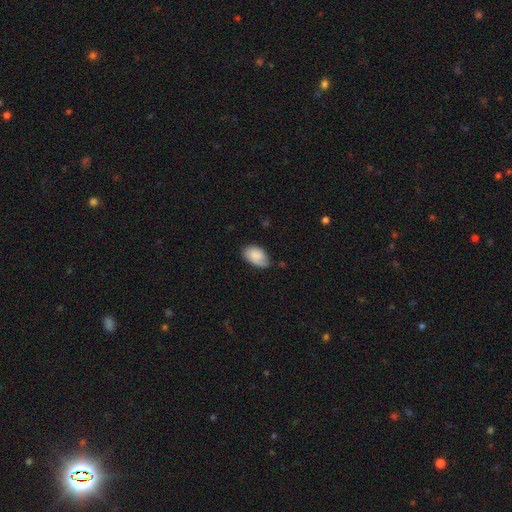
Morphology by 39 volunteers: Smooth or featured?
  - smooth: 77% *
  - featured or disk: 15%
  - star or artifact: 8%
How rounded?
  - in between: 93% *
  - round: 7%
  - cigar-shaped: 0%
Merging?
  - none: 64% *
  - minor disturbance: 25%
  - major disturbance: 11%
  - merger: 0%